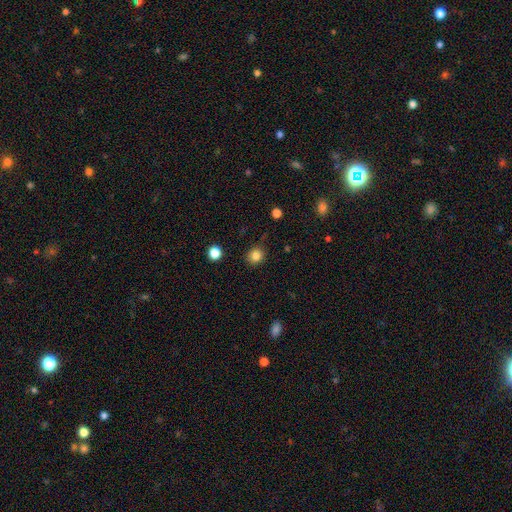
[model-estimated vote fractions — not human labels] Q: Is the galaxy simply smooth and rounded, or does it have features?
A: smooth — 83%.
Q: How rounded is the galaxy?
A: round — 82%.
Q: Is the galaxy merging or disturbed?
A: none — 85%.